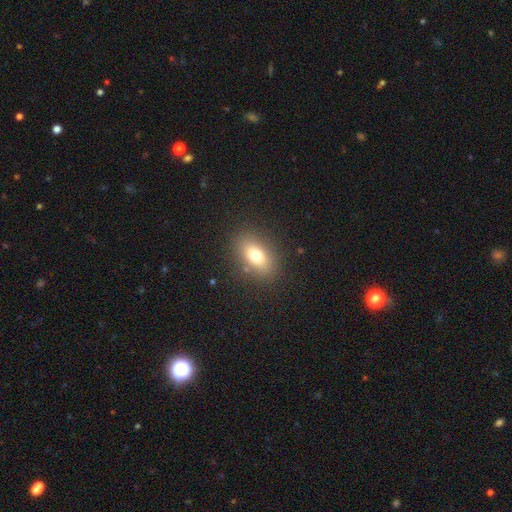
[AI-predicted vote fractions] A smooth galaxy with no disk features (73%) that is in between round and cigar-shaped (81%). Merging: none (84%).